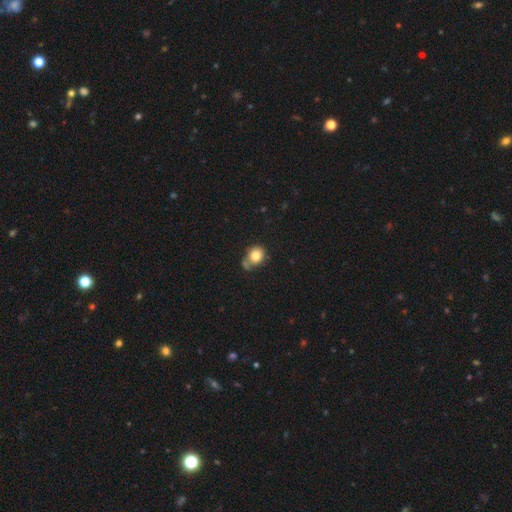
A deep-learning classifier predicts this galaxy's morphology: smooth 80%, featured or disk 10%, star or artifact 10%. Down the decision tree: how rounded — round (71%); merging — none (54%).